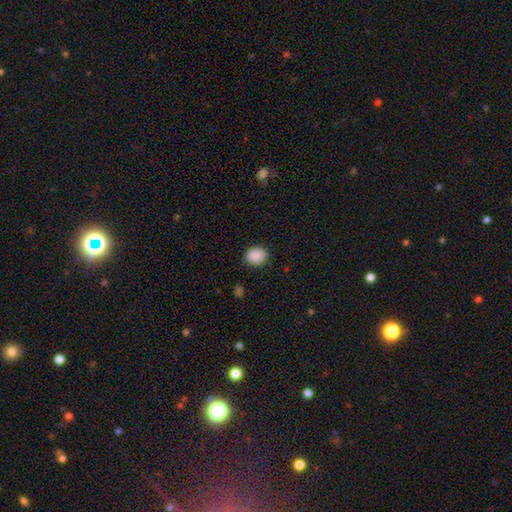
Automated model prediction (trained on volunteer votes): smooth-or-featured: smooth: 89% | star or artifact: 8% | featured or disk: 3%
  how-rounded: round: 59% | in between: 40% | cigar-shaped: 1%
  merging: none: 87% | minor disturbance: 9% | major disturbance: 2% | merger: 1%